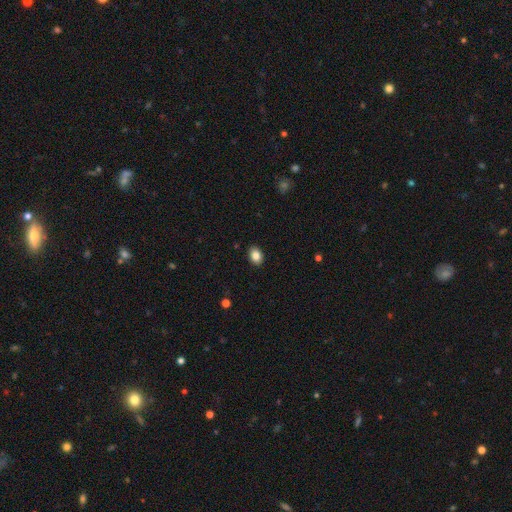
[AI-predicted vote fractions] The model was most divided on "how rounded": in between: 71%, round: 28%, cigar-shaped: 1%. More confident: merging — none (90%); smooth or featured — smooth (85%).